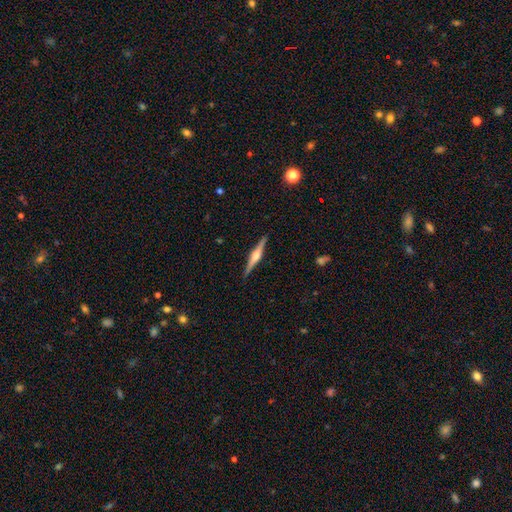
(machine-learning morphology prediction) featured or disk 79%, smooth 16%, star or artifact 5%. Down the decision tree: edge-on disk — yes (98%); edge-on bulge — rounded (89%); merging — none (91%).